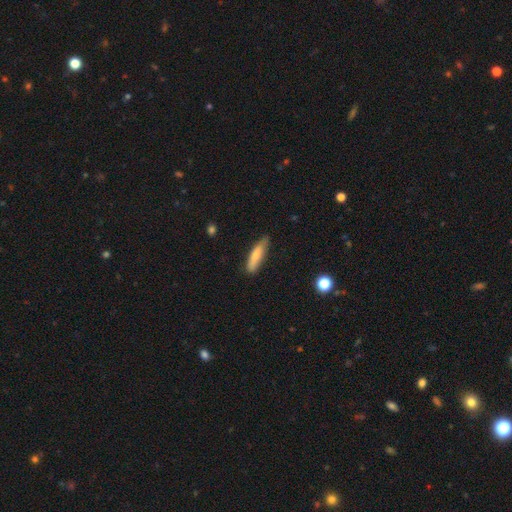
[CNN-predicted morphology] Overall: smooth (74%). How rounded: cigar-shaped (77%). Merging: none (75%).